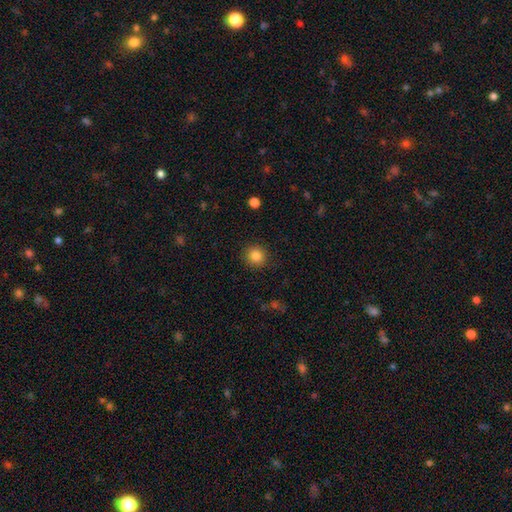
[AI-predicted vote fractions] A smooth galaxy with no disk features (84%) that is round (91%).

Vote fractions:
- Smooth or featured? smooth: 84% / star or artifact: 11% / featured or disk: 5%
- How rounded? round: 91% / in between: 8% / cigar-shaped: 1%
- Merging? none: 90% / minor disturbance: 7% / major disturbance: 2% / merger: 1%